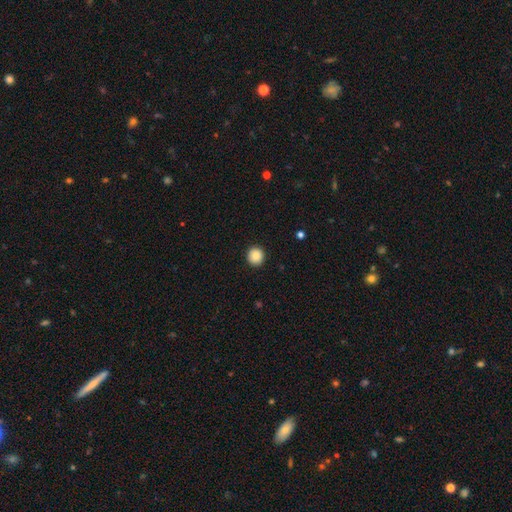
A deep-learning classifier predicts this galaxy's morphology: Smooth or featured? smooth (88%)
How rounded? round (93%)
Merging? none (93%)